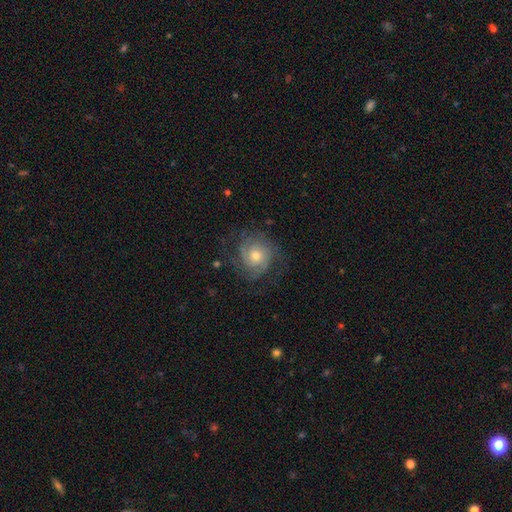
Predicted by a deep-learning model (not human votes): The model was most divided on "spiral arm count": 2: 34%, can't tell: 29%, 3: 21%, 4: 6%, 1: 6%, more than 4: 5%. More confident: edge-on disk — no (98%); spiral arms — yes (92%); bar — no (78%); smooth or featured — featured or disk (71%); merging — none (70%); bulge size — moderate (66%); spiral winding — tight (55%).